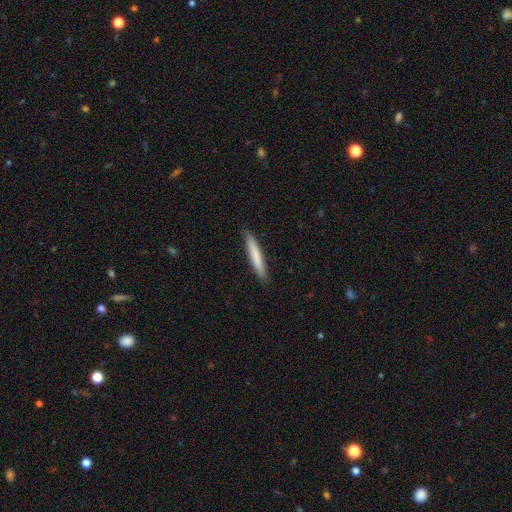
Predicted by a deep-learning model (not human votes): Smooth or featured? Predicted: smooth (p=0.77). How rounded? Predicted: cigar-shaped (p=0.94). Merging? Predicted: none (p=0.90).